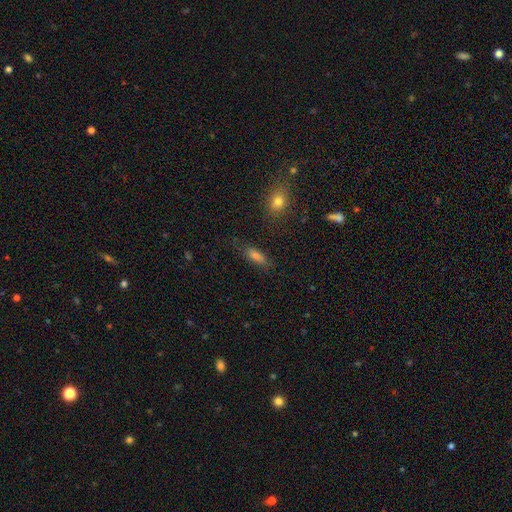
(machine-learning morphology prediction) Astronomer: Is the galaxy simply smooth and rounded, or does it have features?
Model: smooth — 70%.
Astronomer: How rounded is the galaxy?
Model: in between — 62%.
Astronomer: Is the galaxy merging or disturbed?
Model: none — 77%.